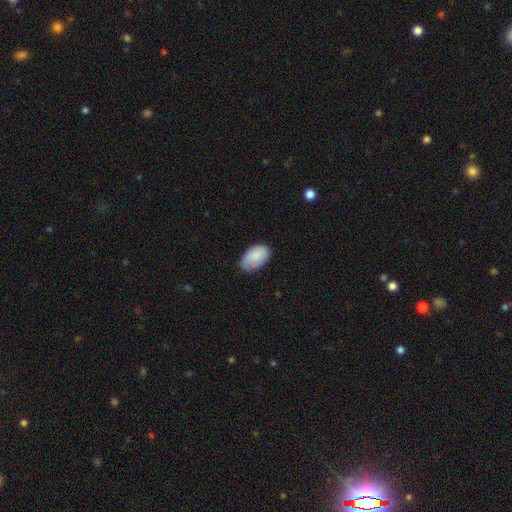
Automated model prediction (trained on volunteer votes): smooth 84%, featured or disk 9%, star or artifact 7%. Down the decision tree: how rounded — in between (94%); merging — none (64%).